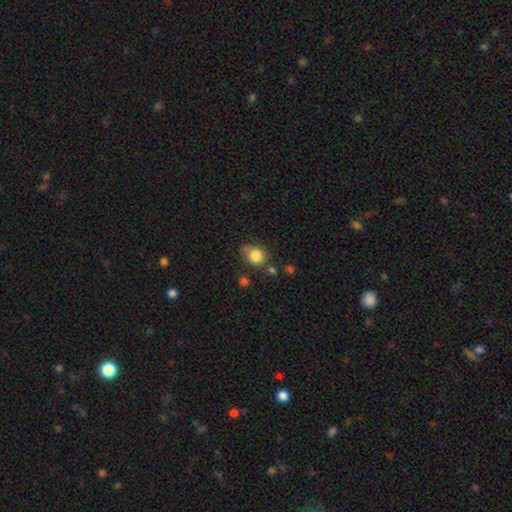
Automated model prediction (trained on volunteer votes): smooth_or_featured: smooth (p=0.83) [alt: star or artifact p=0.10]
how_rounded: round (p=0.70) [alt: in between p=0.29]
merging: none (p=0.58) [alt: minor disturbance p=0.24]